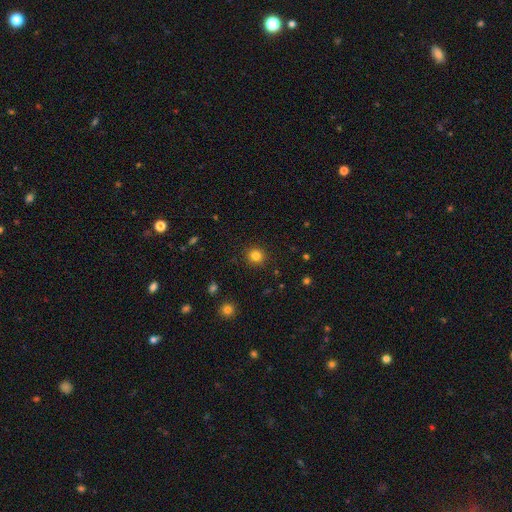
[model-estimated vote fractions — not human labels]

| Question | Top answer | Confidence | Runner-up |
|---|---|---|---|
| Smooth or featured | smooth | 82% | star or artifact (13%) |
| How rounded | round | 89% | in between (10%) |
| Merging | none | 91% | minor disturbance (6%) |